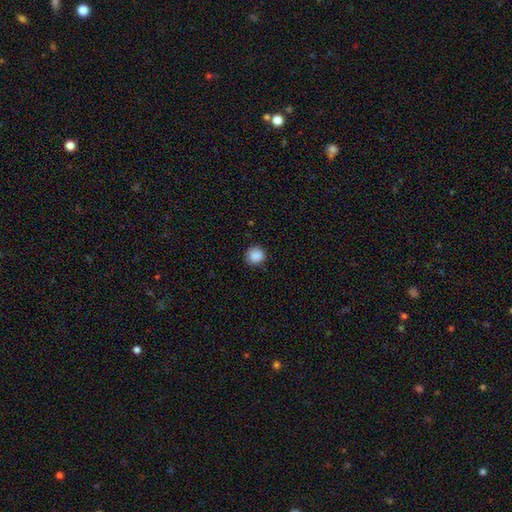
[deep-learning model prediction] Smooth or featured: smooth — 88% (star or artifact — 9%)
How rounded: round — 90% (in between — 9%)
Merging: none — 86% (minor disturbance — 10%)